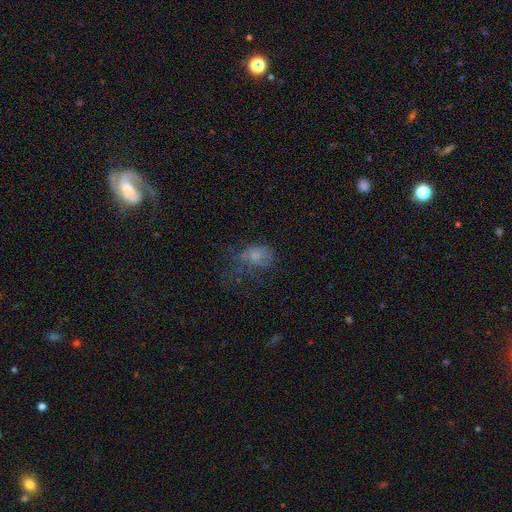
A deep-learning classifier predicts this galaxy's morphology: A smooth galaxy with no disk features (52%) that is in between round and cigar-shaped (66%).

Vote fractions:
- Smooth or featured? smooth: 52% / featured or disk: 32% / star or artifact: 16%
- How rounded? in between: 66% / round: 32% / cigar-shaped: 2%
- Merging? major disturbance: 44% / none: 30% / minor disturbance: 23% / merger: 3%